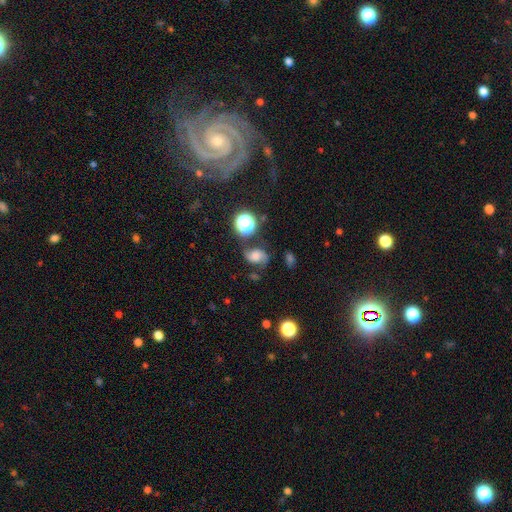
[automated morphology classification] This appears to be a featured or disk galaxy (52%) with no bar (63%), spiral arms (90%) and a large central bulge (31%). Merging: none (61%).